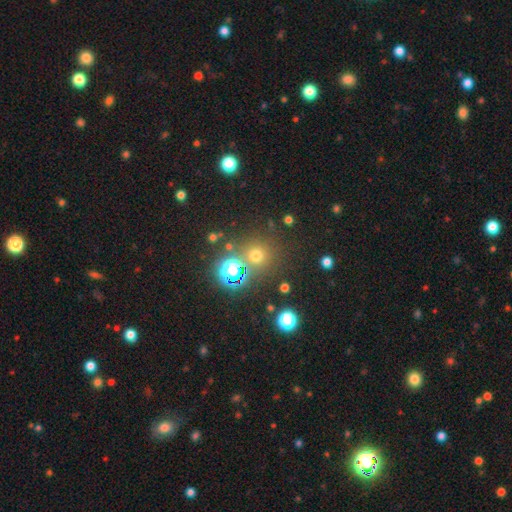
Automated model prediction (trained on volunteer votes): A smooth galaxy with no disk features (58%) that is round (92%). Merging: none (80%).